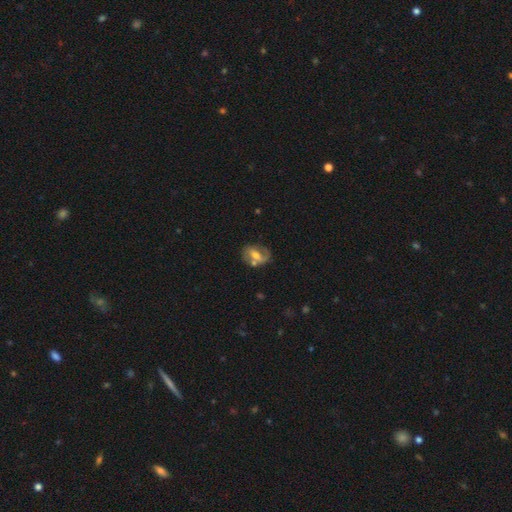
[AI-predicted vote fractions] A featured or disk galaxy (60%) with a weak bar (41%), spiral arms (66%) and a moderate central bulge (62%).

Vote fractions:
- Smooth or featured? featured or disk: 60% / smooth: 33% / star or artifact: 8%
- Edge-on disk? no: 94% / yes: 6%
- Bar? weak: 41% / no: 31% / strong: 28%
- Spiral arms? yes: 66% / no: 34%
- Bulge size? moderate: 62% / small: 23% / large: 10% / none: 3% / dominant: 1%
- Merging? none: 58% / minor disturbance: 21% / merger: 12% / major disturbance: 9%